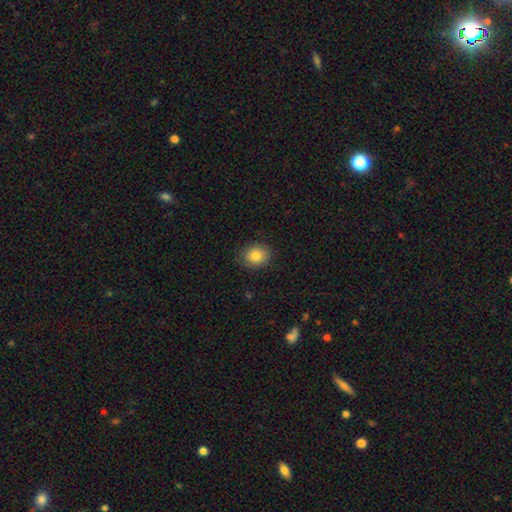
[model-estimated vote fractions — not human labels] A smooth galaxy with no disk features (83%) that is round (64%).

Vote fractions:
- Smooth or featured? smooth: 83% / star or artifact: 10% / featured or disk: 7%
- How rounded? round: 64% / in between: 35% / cigar-shaped: 1%
- Merging? none: 86% / minor disturbance: 10% / major disturbance: 3% / merger: 1%